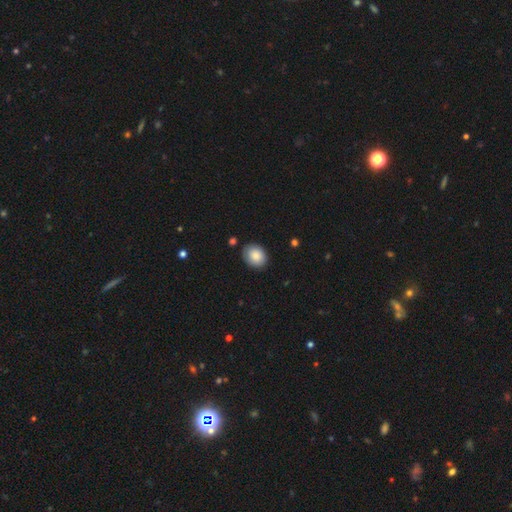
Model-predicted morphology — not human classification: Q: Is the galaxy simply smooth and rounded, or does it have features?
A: smooth — 87%.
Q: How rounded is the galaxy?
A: in between — 54%.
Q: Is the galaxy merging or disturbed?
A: none — 84%.